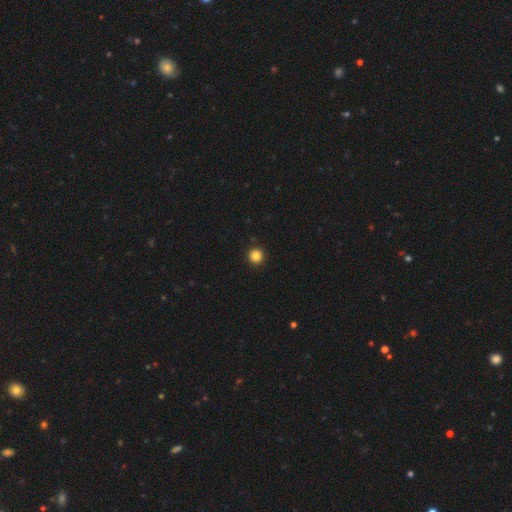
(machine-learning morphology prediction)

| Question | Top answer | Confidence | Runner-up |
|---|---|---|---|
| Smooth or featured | smooth | 85% | star or artifact (12%) |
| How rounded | round | 96% | in between (3%) |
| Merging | none | 93% | minor disturbance (4%) |